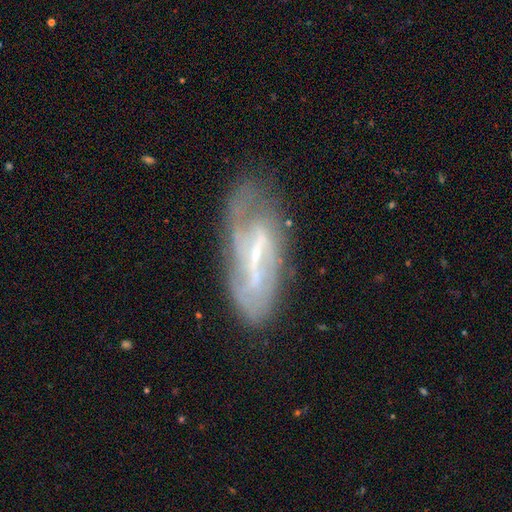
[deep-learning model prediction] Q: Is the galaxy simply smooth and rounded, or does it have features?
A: featured or disk — 76%.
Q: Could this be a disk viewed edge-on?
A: no — 85%.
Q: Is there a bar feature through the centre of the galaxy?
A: strong — 52%.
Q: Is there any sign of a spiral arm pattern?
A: yes — 77%.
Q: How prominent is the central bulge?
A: small — 64%.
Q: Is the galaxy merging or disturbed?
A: none — 63%.